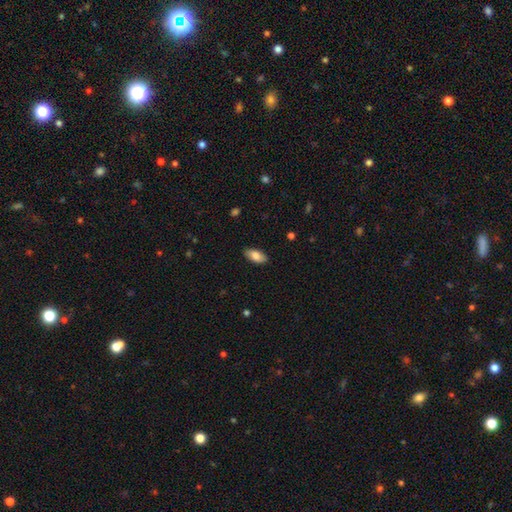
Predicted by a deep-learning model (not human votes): This appears to be a smooth galaxy with no disk features (79%) that is in between round and cigar-shaped (91%). Merging: none (87%).